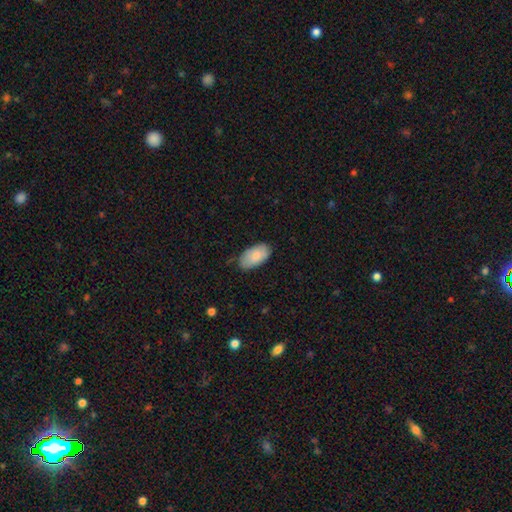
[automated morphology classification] This appears to be a smooth galaxy with no disk features (84%) that is in between round and cigar-shaped (95%). Merging: none (77%).